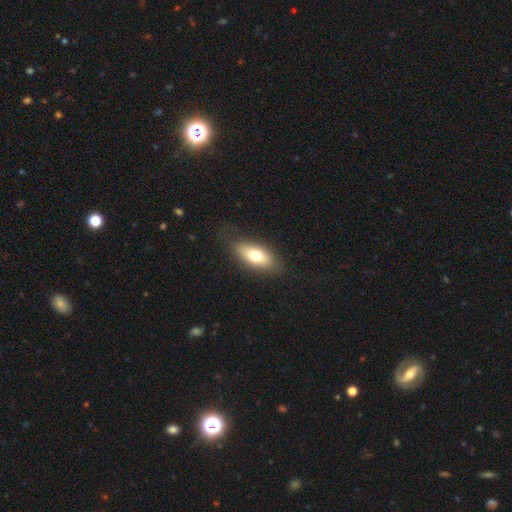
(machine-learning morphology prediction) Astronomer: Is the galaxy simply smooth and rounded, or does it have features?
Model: smooth — 70%.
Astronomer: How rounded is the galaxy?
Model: in between — 83%.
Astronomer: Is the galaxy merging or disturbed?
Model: none — 81%.